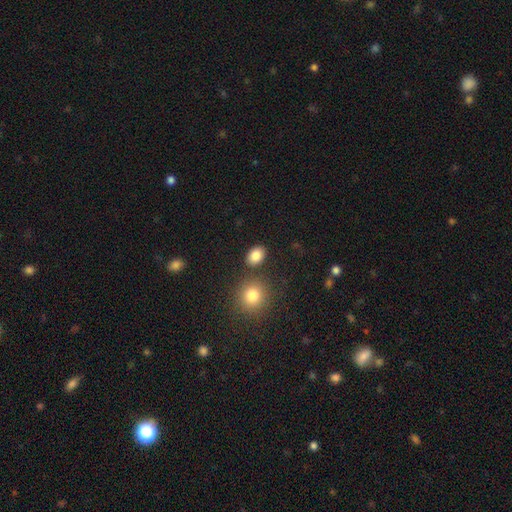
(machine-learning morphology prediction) Smooth or featured: smooth — 84% (star or artifact — 10%)
How rounded: in between — 68% (round — 31%)
Merging: none — 81% (minor disturbance — 9%)